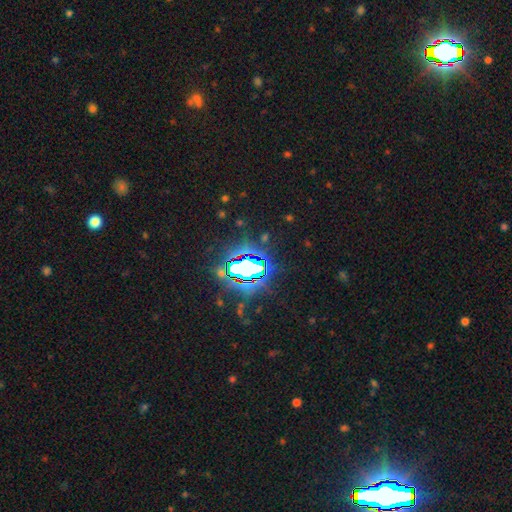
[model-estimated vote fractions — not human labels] smooth_or_featured: star or artifact (p=0.87) [alt: smooth p=0.07]